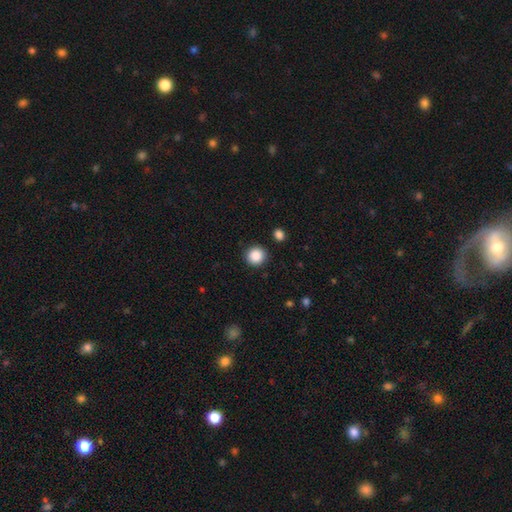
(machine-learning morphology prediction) This is clearly a smooth galaxy (88%). How rounded: clearly round (93%). Merging: clearly none (90%).